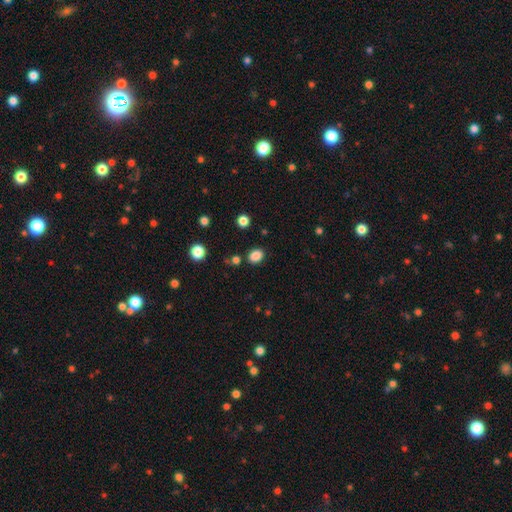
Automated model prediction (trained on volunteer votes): Q: Smooth or featured?
A: smooth (85%); runner-up: star or artifact (11%)
Q: How rounded?
A: in between (54%); runner-up: round (45%)
Q: Merging?
A: none (84%); runner-up: minor disturbance (9%)